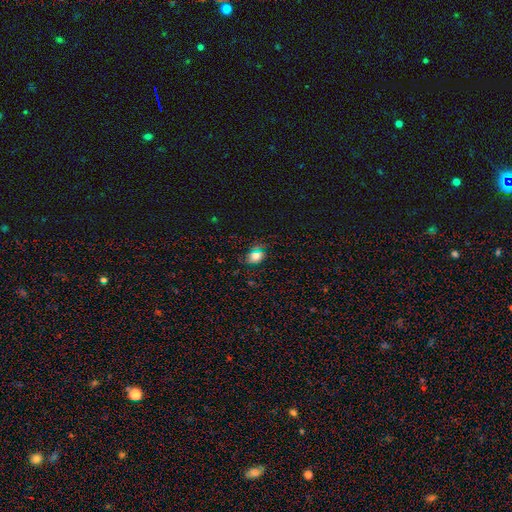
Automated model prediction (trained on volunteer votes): Q: Smooth or featured?
A: smooth (65%); runner-up: star or artifact (24%)
Q: How rounded?
A: in between (76%); runner-up: round (21%)
Q: Merging?
A: none (70%); runner-up: minor disturbance (19%)